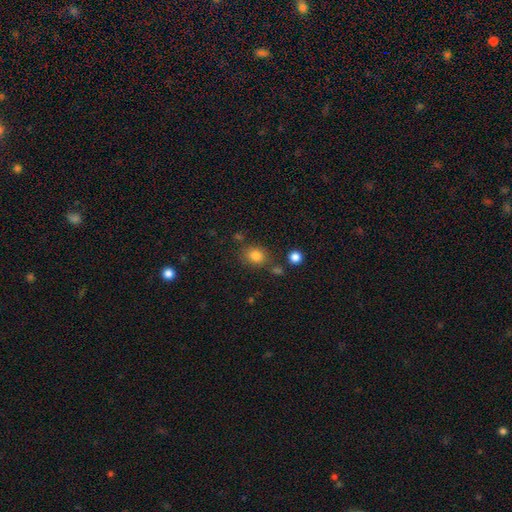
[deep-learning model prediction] This is clearly a smooth galaxy (83%). How rounded: possibly round (54%). Merging: likely none (73%).